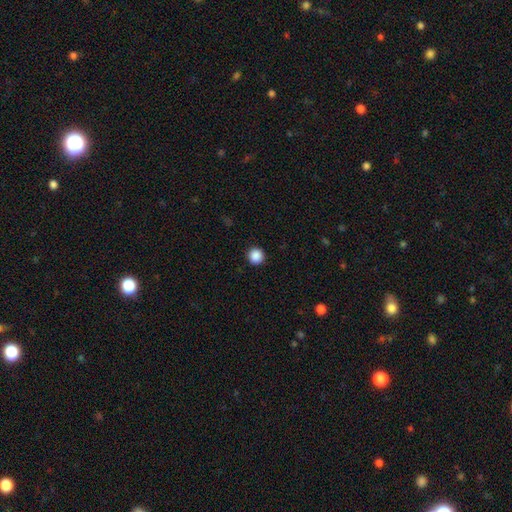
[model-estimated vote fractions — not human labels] The model was most divided on "smooth or featured": smooth: 88%, star or artifact: 9%, featured or disk: 2%. More confident: how rounded — round (95%); merging — none (93%).